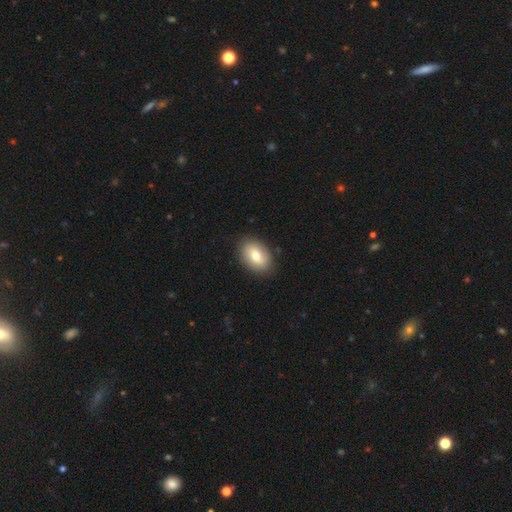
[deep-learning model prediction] smooth-or-featured: smooth: 75% | featured or disk: 18% | star or artifact: 7%
  how-rounded: in between: 87% | round: 12% | cigar-shaped: 1%
  merging: none: 87% | minor disturbance: 9% | major disturbance: 2% | merger: 1%